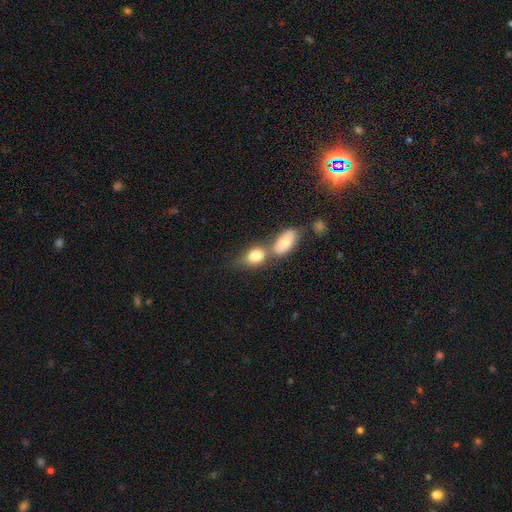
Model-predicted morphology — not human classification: This is likely a smooth galaxy (80%). How rounded: likely in between (70%). Merging: possibly merger (51%).